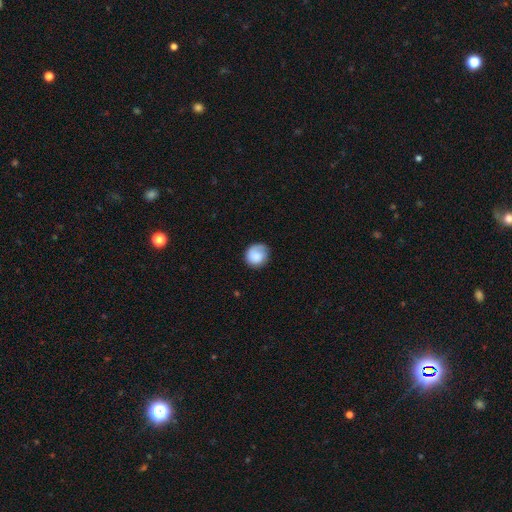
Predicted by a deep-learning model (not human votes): smooth 77%, featured or disk 16%, star or artifact 7%. Down the decision tree: how rounded — round (87%); merging — none (72%).